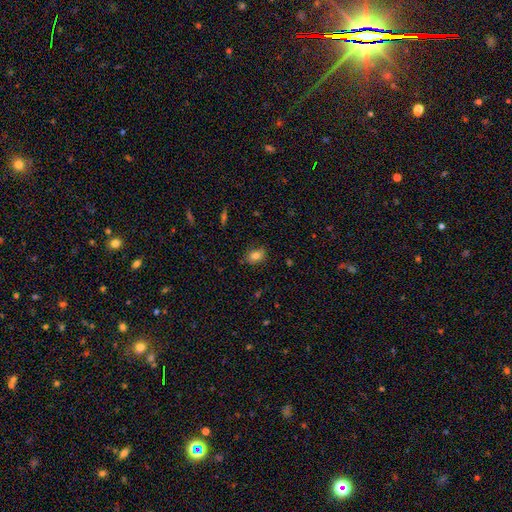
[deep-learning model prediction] smooth 79%, featured or disk 10%, star or artifact 10%. Down the decision tree: how rounded — in between (69%); merging — none (78%).